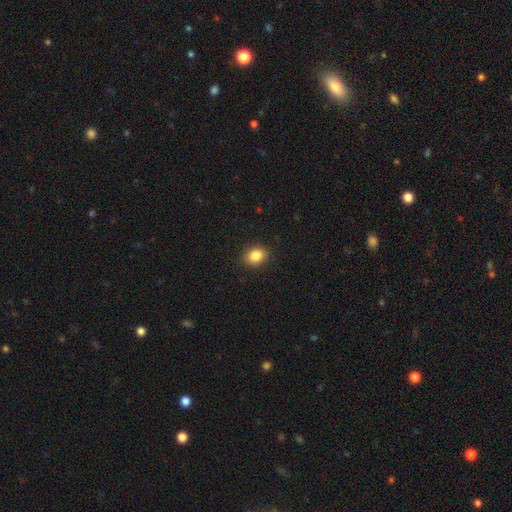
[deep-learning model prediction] The model was most divided on "how rounded": in between: 53%, round: 46%, cigar-shaped: 1%. More confident: merging — none (89%); smooth or featured — smooth (85%).